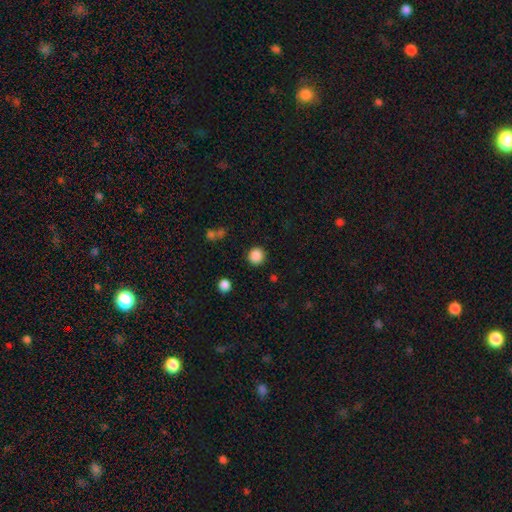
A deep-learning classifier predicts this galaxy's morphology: This appears to be a smooth galaxy with no disk features (86%) that is round (92%). Merging: none (90%).